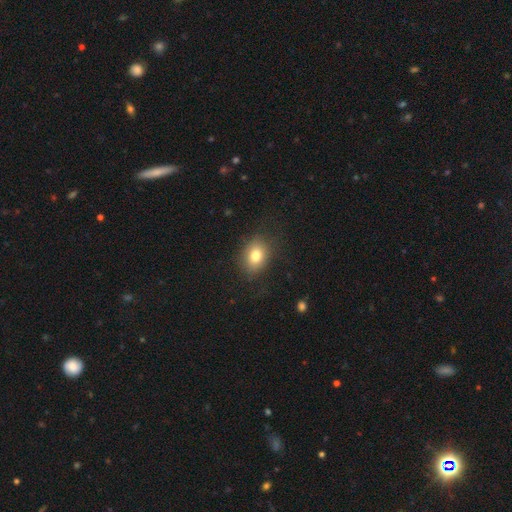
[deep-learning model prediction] smooth-or-featured: smooth: 79% | featured or disk: 11% | star or artifact: 10%
  how-rounded: in between: 62% | round: 37% | cigar-shaped: 1%
  merging: none: 81% | minor disturbance: 13% | major disturbance: 5% | merger: 1%